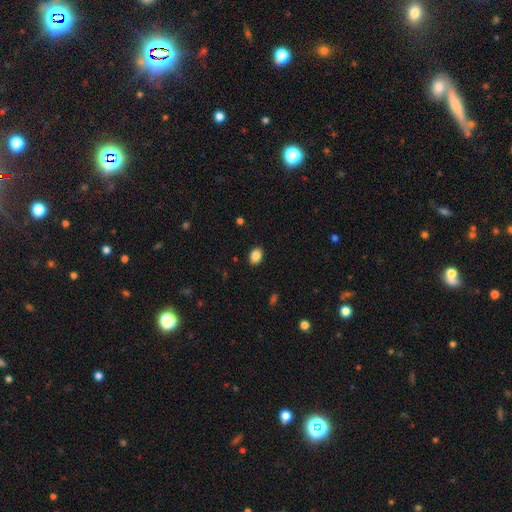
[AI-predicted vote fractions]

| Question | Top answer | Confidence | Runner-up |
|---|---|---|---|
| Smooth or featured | smooth | 87% | star or artifact (9%) |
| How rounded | in between | 70% | round (29%) |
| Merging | none | 90% | minor disturbance (7%) |